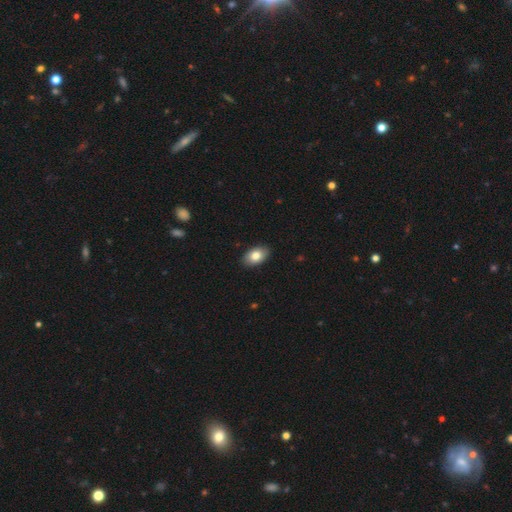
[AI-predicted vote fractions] smooth_or_featured: smooth (p=0.81) [alt: featured or disk p=0.12]
how_rounded: in between (p=0.91) [alt: round p=0.08]
merging: none (p=0.89) [alt: minor disturbance p=0.08]